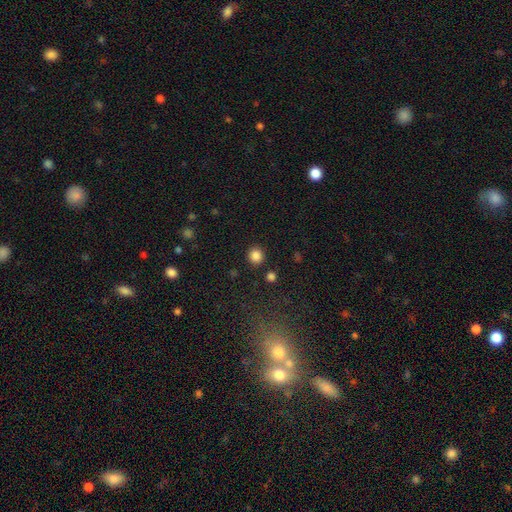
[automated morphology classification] Smooth or featured? Predicted: smooth (p=0.85). How rounded? Predicted: round (p=0.89). Merging? Predicted: none (p=0.90).